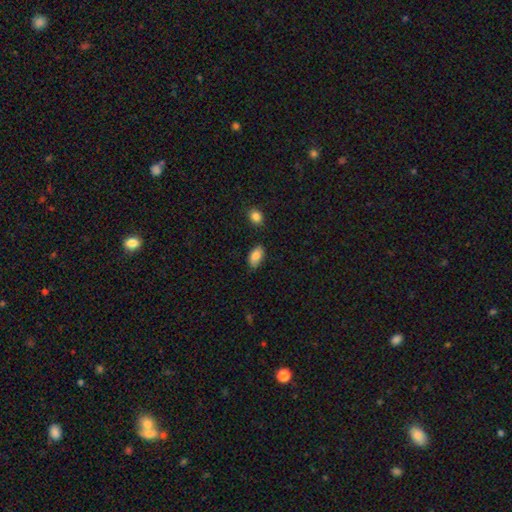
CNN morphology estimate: This appears to be a smooth galaxy with no disk features (86%) that is in between round and cigar-shaped (93%). Merging: none (76%).